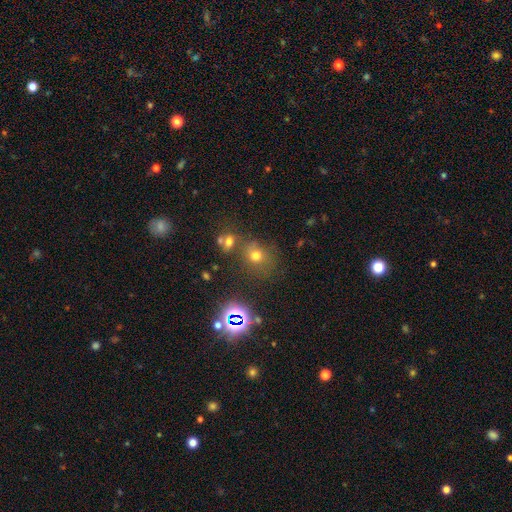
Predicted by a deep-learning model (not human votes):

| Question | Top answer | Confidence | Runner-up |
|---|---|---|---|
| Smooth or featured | smooth | 65% | star or artifact (24%) |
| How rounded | round | 72% | in between (26%) |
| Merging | none | 61% | merger (18%) |